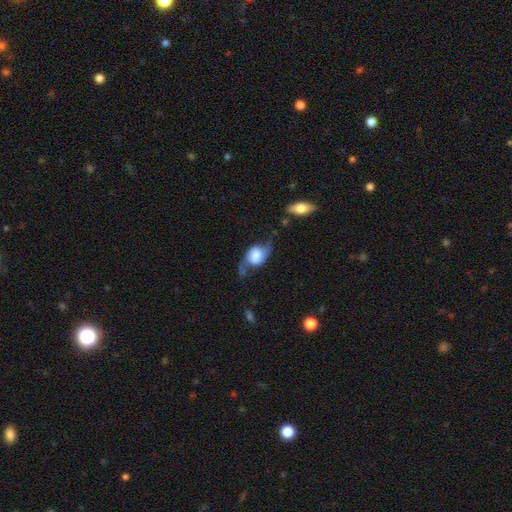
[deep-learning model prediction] Overall: featured or disk (58%; smooth 34%). Edge-on disk: no (93%). Bar: no (60%; weak 29%). Spiral arms: yes (86%). Bulge size: large (33%; dominant 28%). Merging: none (47%; minor disturbance 26%).